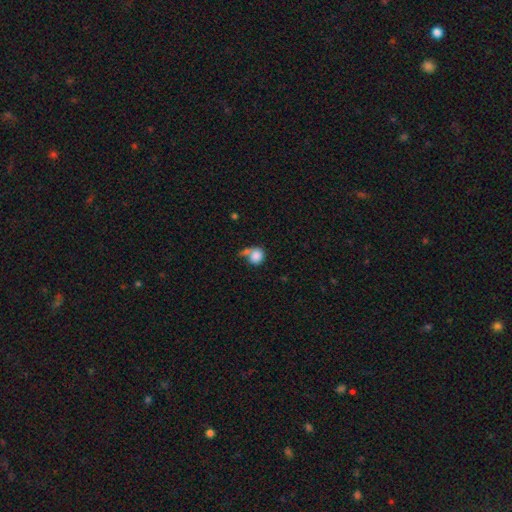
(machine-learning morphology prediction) smooth-or-featured: smooth: 82% | featured or disk: 9% | star or artifact: 8%
  how-rounded: round: 70% | in between: 29% | cigar-shaped: 1%
  merging: none: 33% | merger: 28% | minor disturbance: 19% | major disturbance: 19%